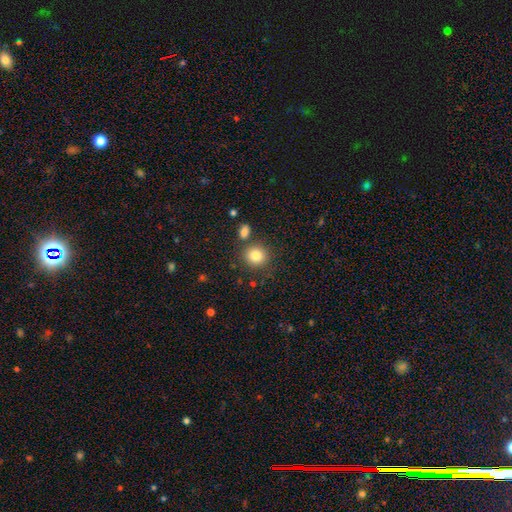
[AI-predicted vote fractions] smooth 83%, star or artifact 10%, featured or disk 7%. Down the decision tree: how rounded — round (85%); merging — none (79%).